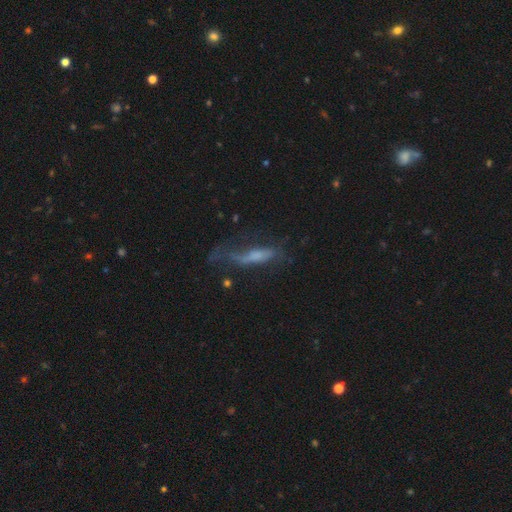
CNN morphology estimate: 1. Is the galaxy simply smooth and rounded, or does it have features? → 48% featured or disk, 39% smooth, 12% star or artifact.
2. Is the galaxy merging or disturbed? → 38% major disturbance, 35% none, 22% minor disturbance, 5% merger.